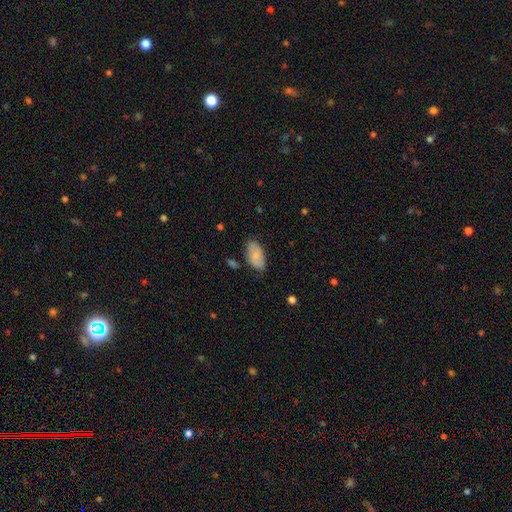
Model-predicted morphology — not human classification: This is likely a smooth galaxy (78%). How rounded: clearly in between (95%). Merging: likely none (71%).